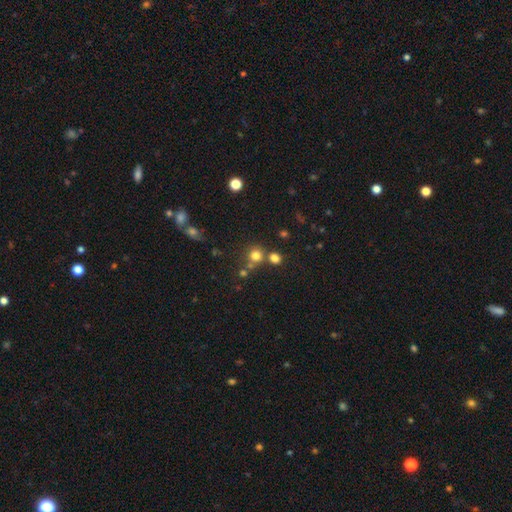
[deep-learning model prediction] Smooth or featured? smooth (75%)
How rounded? round (89%)
Merging? none (66%)